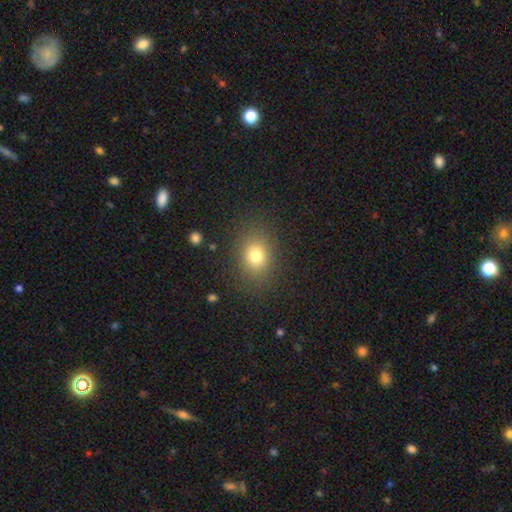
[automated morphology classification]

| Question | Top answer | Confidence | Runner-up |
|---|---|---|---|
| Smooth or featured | smooth | 77% | star or artifact (14%) |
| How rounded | in between | 53% | round (46%) |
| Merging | none | 85% | minor disturbance (9%) |